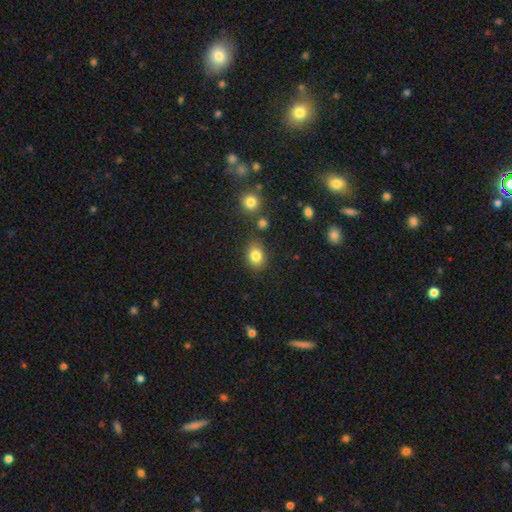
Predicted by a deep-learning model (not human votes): Smooth or featured? smooth (83%)
How rounded? in between (65%)
Merging? none (80%)